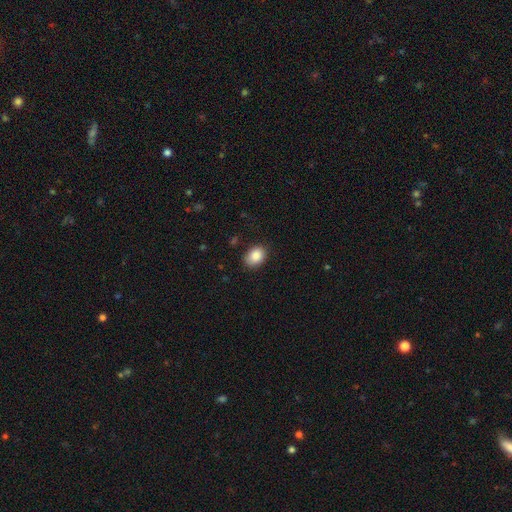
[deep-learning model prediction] Smooth or featured?
  - smooth: 87% *
  - star or artifact: 8%
  - featured or disk: 5%
How rounded?
  - in between: 70% *
  - round: 29%
  - cigar-shaped: 1%
Merging?
  - none: 83% *
  - minor disturbance: 13%
  - major disturbance: 3%
  - merger: 1%